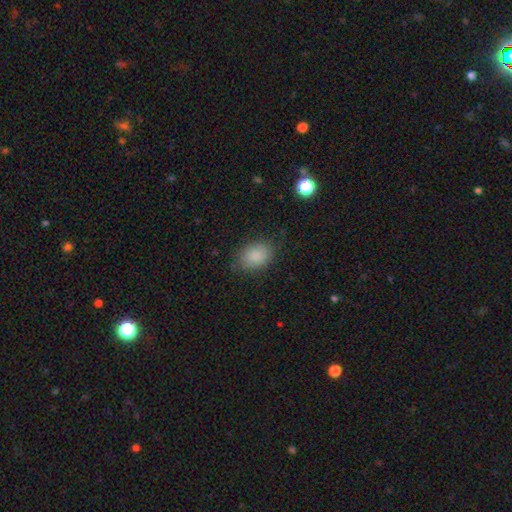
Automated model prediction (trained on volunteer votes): This appears to be a smooth galaxy with no disk features (86%) that is in between round and cigar-shaped (77%). Merging: none (78%).